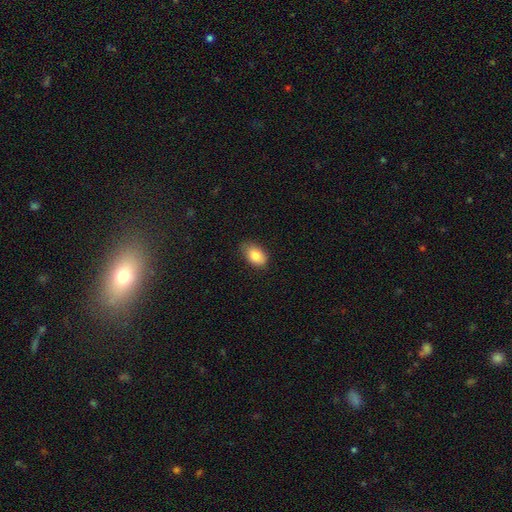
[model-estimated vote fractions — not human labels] Smooth or featured? smooth (84%)
How rounded? in between (90%)
Merging? none (75%)